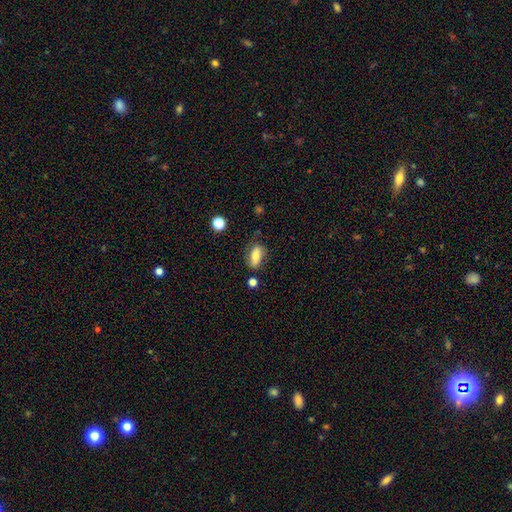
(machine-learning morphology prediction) smooth-or-featured: smooth: 74% | featured or disk: 18% | star or artifact: 9%
  how-rounded: in between: 84% | cigar-shaped: 11% | round: 6%
  merging: none: 69% | minor disturbance: 21% | major disturbance: 6% | merger: 4%